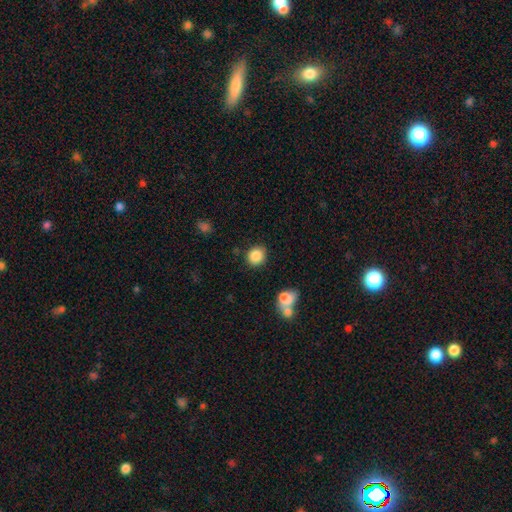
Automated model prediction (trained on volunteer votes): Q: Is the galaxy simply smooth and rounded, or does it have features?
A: smooth — 87%.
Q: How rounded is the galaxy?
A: round — 79%.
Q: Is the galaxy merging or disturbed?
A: none — 84%.